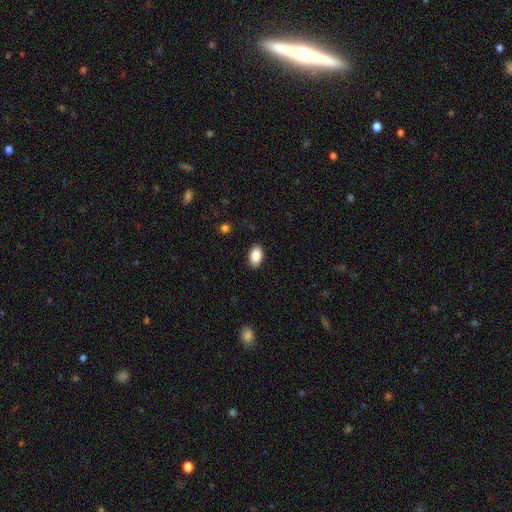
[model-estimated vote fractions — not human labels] smooth 87%, star or artifact 7%, featured or disk 6%. Down the decision tree: how rounded — in between (91%); merging — none (89%).